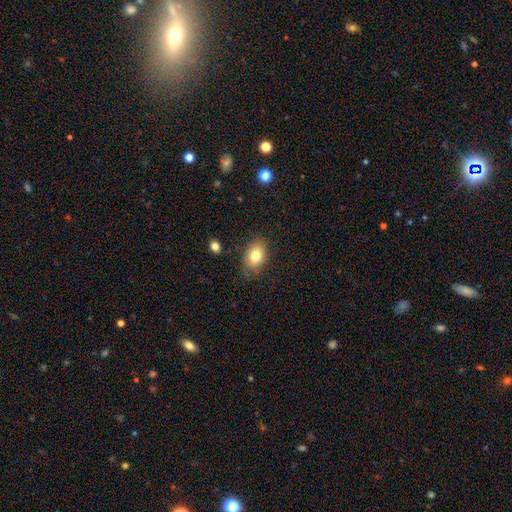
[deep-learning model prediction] Q: Smooth or featured?
A: smooth (79%); runner-up: featured or disk (12%)
Q: How rounded?
A: in between (77%); runner-up: round (22%)
Q: Merging?
A: none (80%); runner-up: minor disturbance (14%)